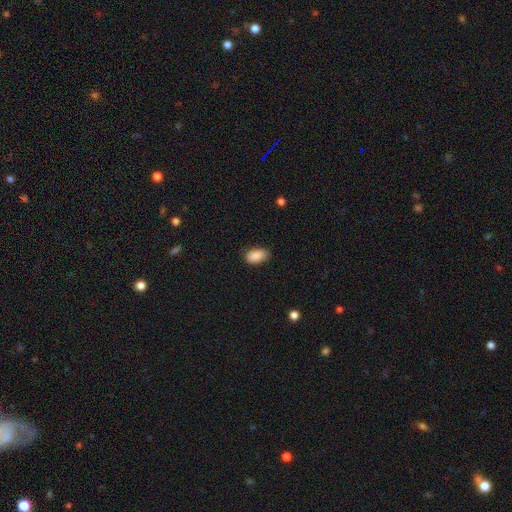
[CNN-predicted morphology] Smooth or featured? Predicted: smooth (p=0.89). How rounded? Predicted: in between (p=0.93). Merging? Predicted: none (p=0.76).